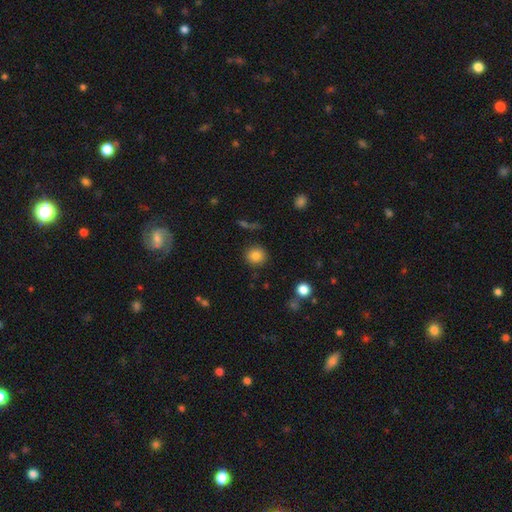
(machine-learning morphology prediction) Smooth or featured: smooth — 82% (star or artifact — 11%)
How rounded: round — 90% (in between — 9%)
Merging: none — 87% (minor disturbance — 8%)